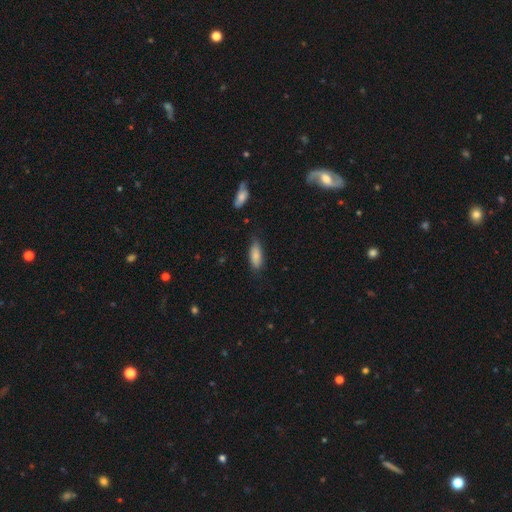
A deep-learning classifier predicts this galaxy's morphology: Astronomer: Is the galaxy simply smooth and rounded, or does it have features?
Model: smooth — 84%.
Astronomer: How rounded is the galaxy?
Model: in between — 76%.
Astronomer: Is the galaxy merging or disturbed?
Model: none — 74%.